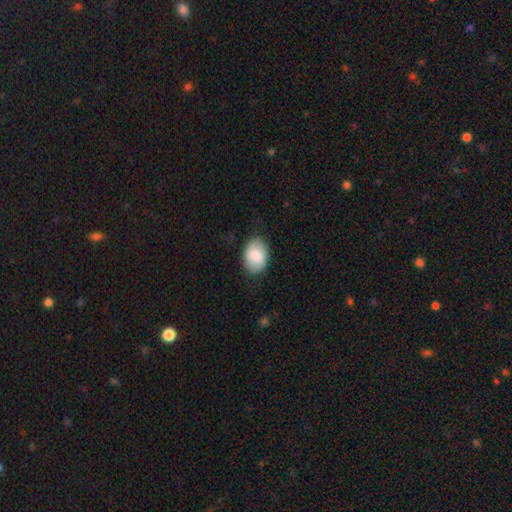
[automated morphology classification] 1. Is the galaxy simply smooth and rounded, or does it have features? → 84% smooth, 9% featured or disk, 6% star or artifact.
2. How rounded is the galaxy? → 84% in between, 15% round, 1% cigar-shaped.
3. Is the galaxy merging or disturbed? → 82% none, 14% minor disturbance, 3% major disturbance, 1% merger.